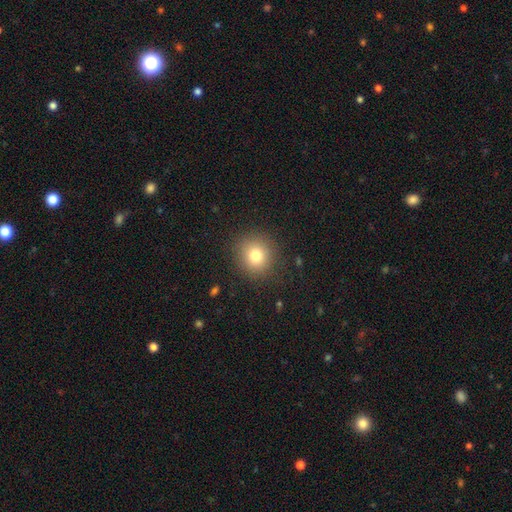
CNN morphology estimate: Q: Smooth or featured?
A: smooth (78%); runner-up: star or artifact (13%)
Q: How rounded?
A: round (89%); runner-up: in between (10%)
Q: Merging?
A: none (88%); runner-up: minor disturbance (8%)